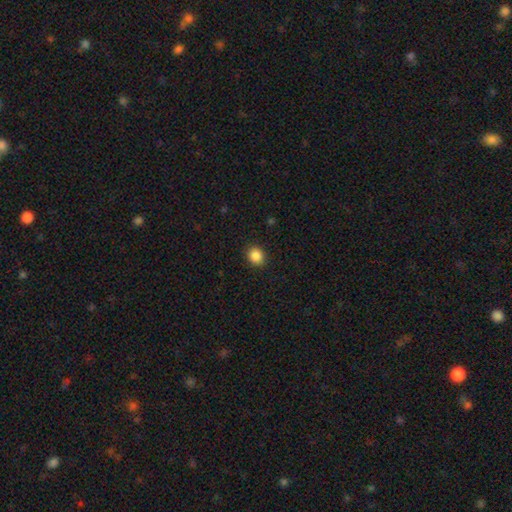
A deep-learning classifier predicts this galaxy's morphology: type=smooth (87%); roundness=round (68%); merging=none (90%).